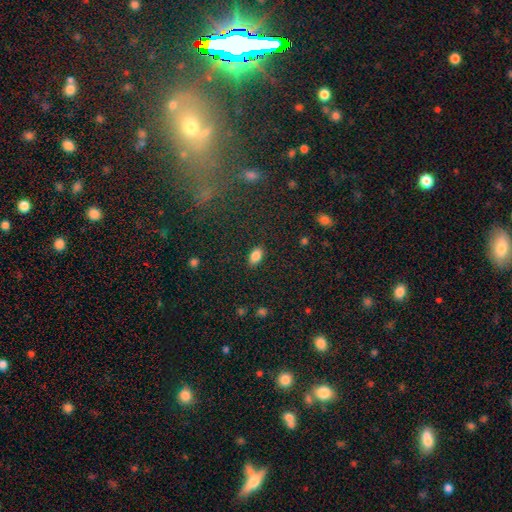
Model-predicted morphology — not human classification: type=smooth (85%); roundness=in between (91%); merging=none (87%).